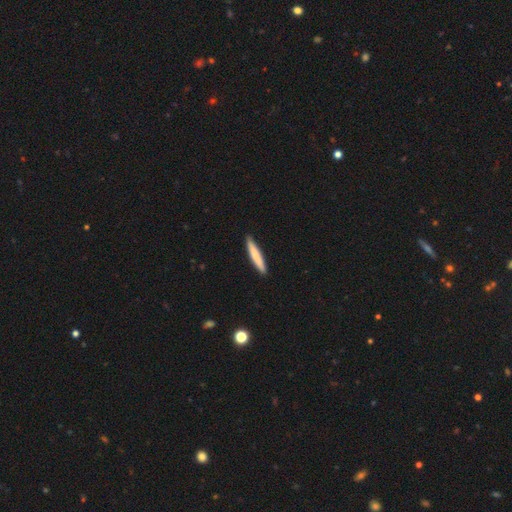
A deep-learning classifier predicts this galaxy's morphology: smooth 74%, featured or disk 20%, star or artifact 5%. Down the decision tree: how rounded — cigar-shaped (94%); merging — none (90%).